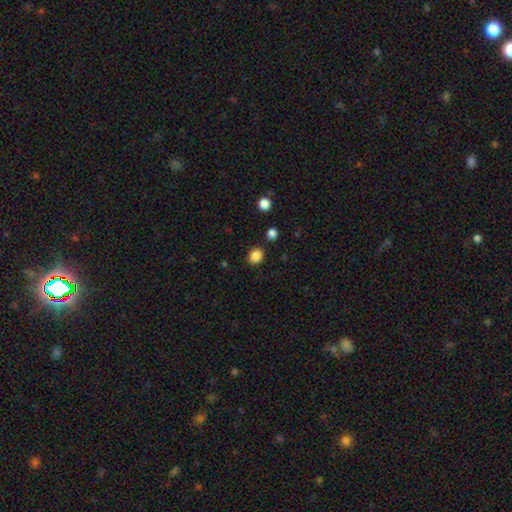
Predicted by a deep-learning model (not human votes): Smooth or featured? Predicted: smooth (p=0.86). How rounded? Predicted: round (p=0.51). Merging? Predicted: none (p=0.85).